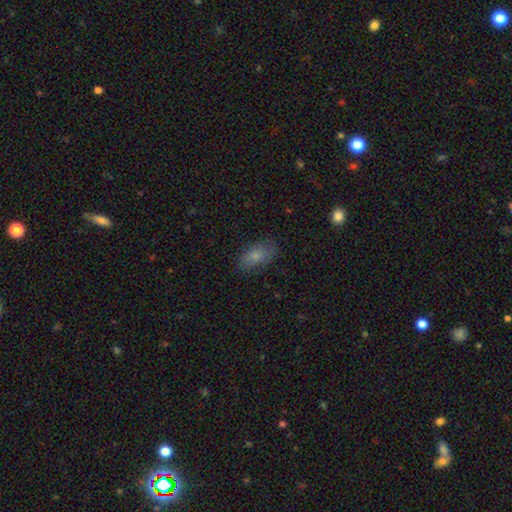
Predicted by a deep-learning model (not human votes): smooth_or_featured: smooth (p=0.78) [alt: featured or disk p=0.14]
how_rounded: in between (p=0.89) [alt: cigar-shaped p=0.07]
merging: none (p=0.79) [alt: minor disturbance p=0.16]